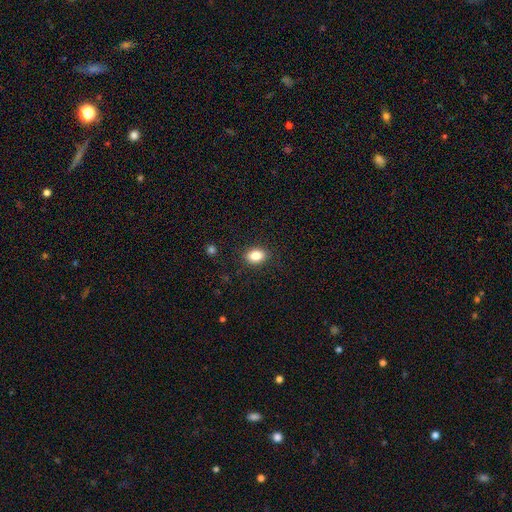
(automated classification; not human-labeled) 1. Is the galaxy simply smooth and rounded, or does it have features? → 85% smooth, 9% star or artifact, 6% featured or disk.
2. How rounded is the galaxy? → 78% in between, 20% round, 1% cigar-shaped.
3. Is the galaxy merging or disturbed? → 87% none, 9% minor disturbance, 3% major disturbance, 1% merger.